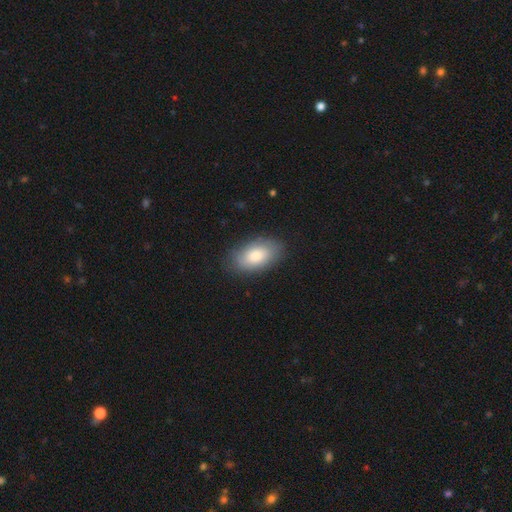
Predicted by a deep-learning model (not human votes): smooth 78%, featured or disk 15%, star or artifact 6%. Down the decision tree: how rounded — in between (93%); merging — none (82%).